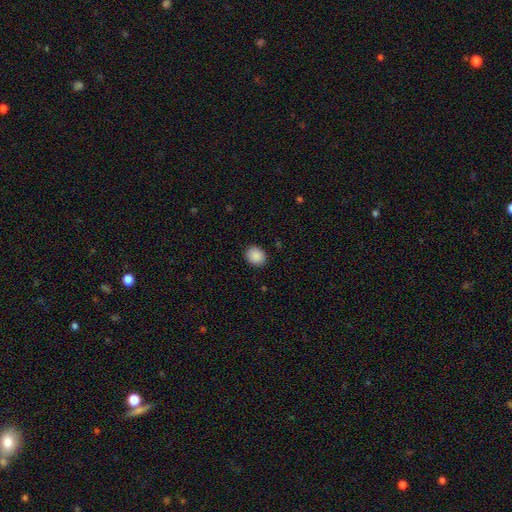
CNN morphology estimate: A smooth galaxy with no disk features (89%) that is round (62%).

Vote fractions:
- Smooth or featured? smooth: 89% / star or artifact: 8% / featured or disk: 3%
- How rounded? round: 62% / in between: 37% / cigar-shaped: 1%
- Merging? none: 89% / minor disturbance: 8% / major disturbance: 2% / merger: 1%